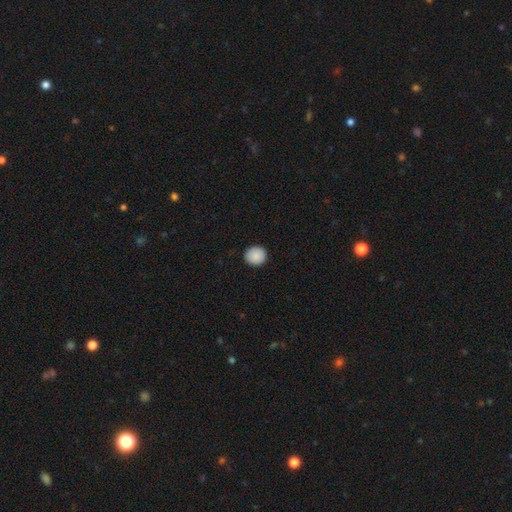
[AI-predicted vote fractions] Smooth or featured?
  - smooth: 89% *
  - star or artifact: 7%
  - featured or disk: 3%
How rounded?
  - round: 89% *
  - in between: 10%
  - cigar-shaped: 1%
Merging?
  - none: 92% *
  - minor disturbance: 6%
  - major disturbance: 2%
  - merger: 1%